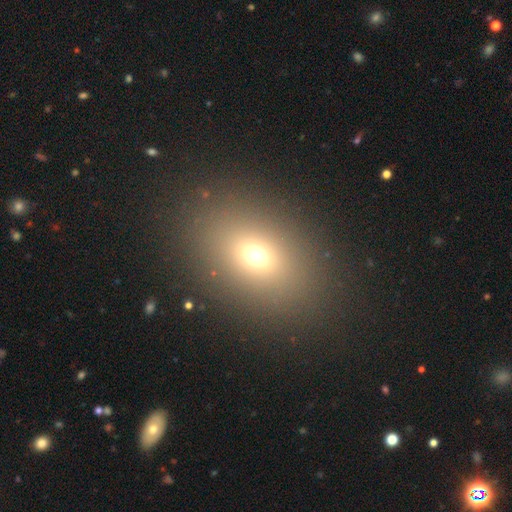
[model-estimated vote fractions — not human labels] Smooth or featured? smooth (67%)
How rounded? in between (71%)
Merging? none (87%)